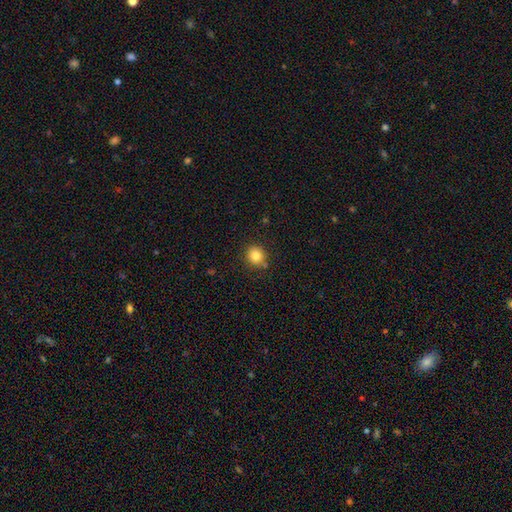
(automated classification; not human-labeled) The model was most divided on "how rounded": round: 85%, in between: 14%, cigar-shaped: 1%. More confident: merging — none (85%); smooth or featured — smooth (83%).